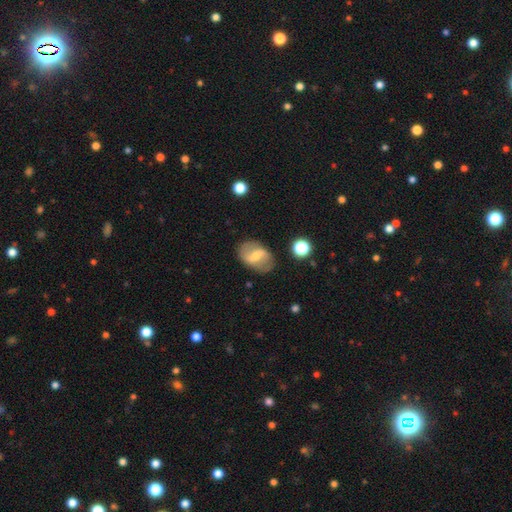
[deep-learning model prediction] Overall: featured or disk (58%; smooth 35%). Edge-on disk: no (94%). Bar: strong (46%; weak 41%). Spiral arms: yes (58%; no 42%). Bulge size: moderate (48%; small 43%). Merging: none (78%).